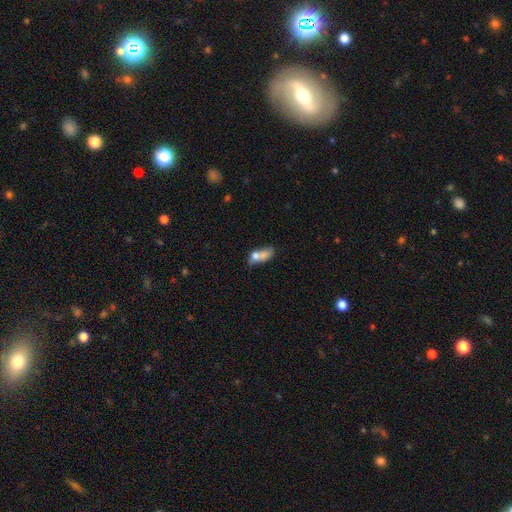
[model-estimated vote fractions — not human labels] smooth_or_featured: smooth (p=0.65) [alt: featured or disk p=0.24]
how_rounded: in between (p=0.71) [alt: round p=0.15]
merging: merger (p=0.51) [alt: none p=0.21]